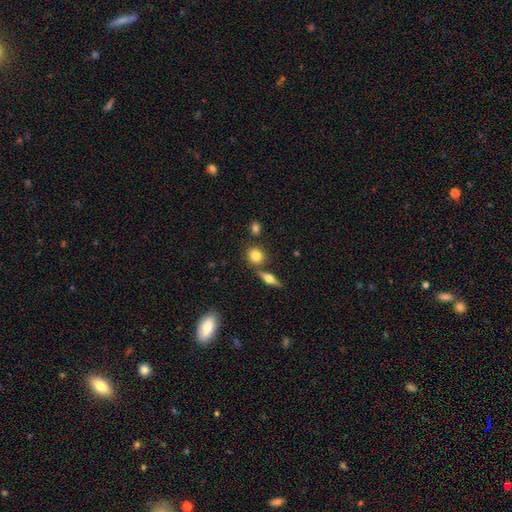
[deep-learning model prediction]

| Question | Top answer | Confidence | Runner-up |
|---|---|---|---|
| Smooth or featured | smooth | 79% | featured or disk (12%) |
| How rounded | round | 78% | in between (19%) |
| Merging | none | 72% | merger (15%) |